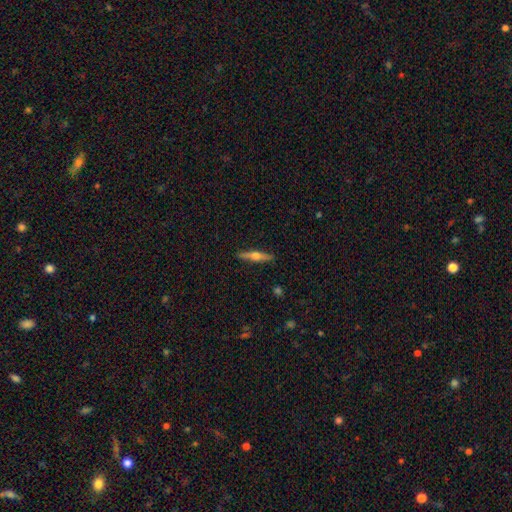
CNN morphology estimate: Smooth or featured: featured or disk — 60% (smooth — 34%)
Edge-on disk: yes — 97% (no — 3%)
Edge-on bulge: rounded — 90% (boxy — 5%)
Merging: none — 90% (minor disturbance — 7%)